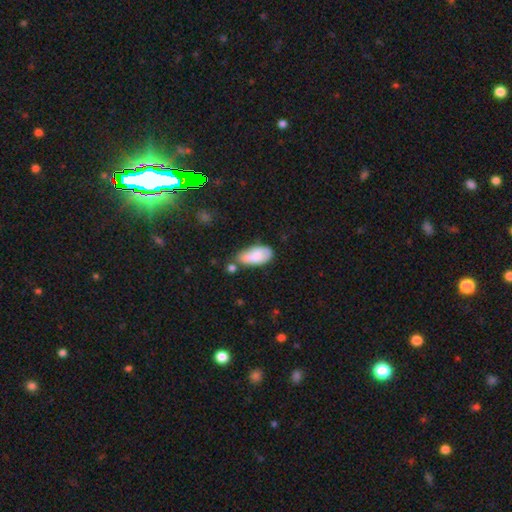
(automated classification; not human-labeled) Smooth or featured? Predicted: smooth (p=0.77). How rounded? Predicted: in between (p=0.91). Merging? Predicted: none (p=0.42).